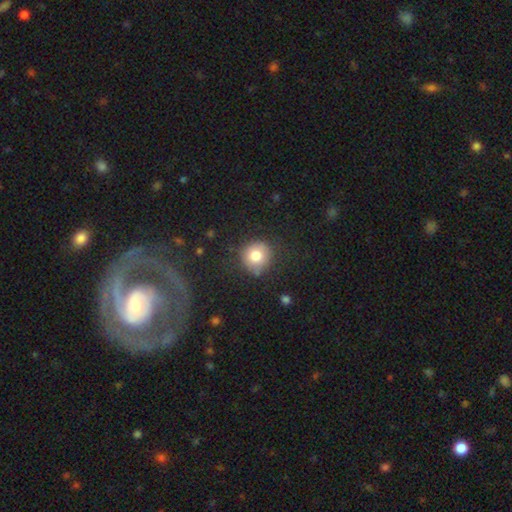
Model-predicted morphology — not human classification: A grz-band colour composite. It shows a smooth galaxy with no disk features (79%) that is round (89%). Merging: none (80%).